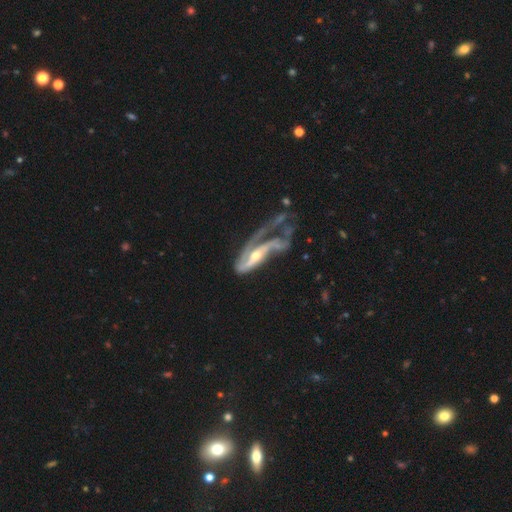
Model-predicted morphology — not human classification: Smooth or featured: featured or disk — 84% (smooth — 11%)
Edge-on disk: no — 88% (yes — 12%)
Bar: no — 42% (weak — 30%)
Spiral arms: yes — 87% (no — 13%)
Spiral winding: loose — 52% (medium — 31%)
Spiral arm count: 2 — 51% (1 — 28%)
Bulge size: moderate — 63% (small — 26%)
Merging: major disturbance — 55% (none — 16%)